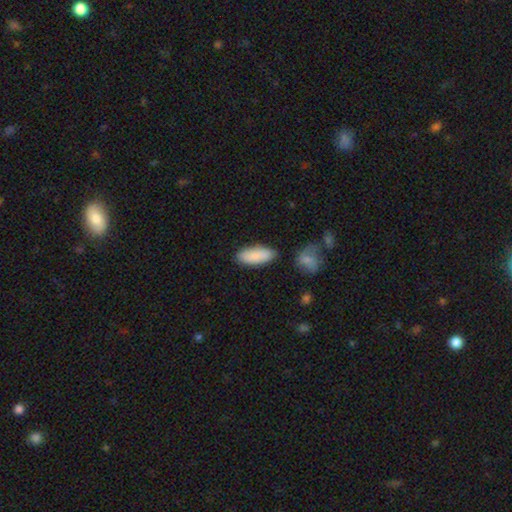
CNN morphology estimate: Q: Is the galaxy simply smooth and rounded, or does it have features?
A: smooth — 85%.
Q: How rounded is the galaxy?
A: in between — 80%.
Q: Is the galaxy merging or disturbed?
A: none — 78%.